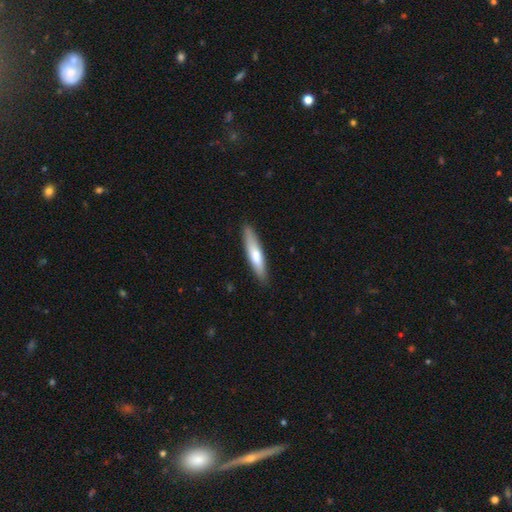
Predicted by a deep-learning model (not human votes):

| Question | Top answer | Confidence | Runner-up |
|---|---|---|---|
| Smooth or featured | smooth | 69% | featured or disk (27%) |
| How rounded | cigar-shaped | 85% | in between (14%) |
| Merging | none | 88% | minor disturbance (10%) |